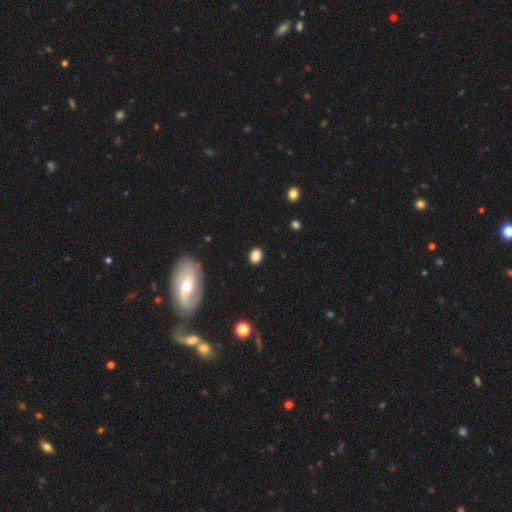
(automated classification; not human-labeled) Overall: smooth (84%). How rounded: in between (60%; round 39%). Merging: none (86%).